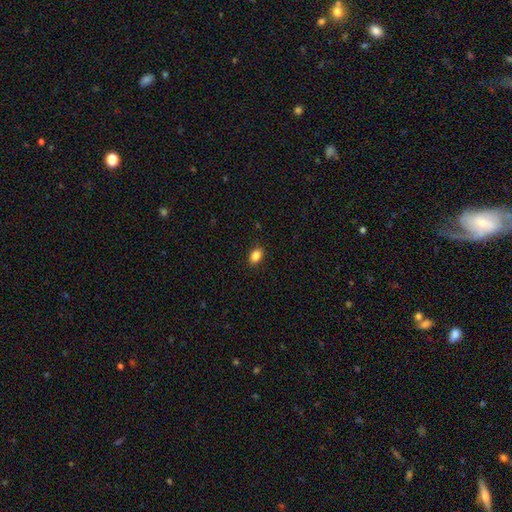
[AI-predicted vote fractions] smooth-or-featured: smooth: 87% | star or artifact: 9% | featured or disk: 4%
  how-rounded: in between: 81% | round: 18% | cigar-shaped: 2%
  merging: none: 89% | minor disturbance: 8% | major disturbance: 2% | merger: 1%